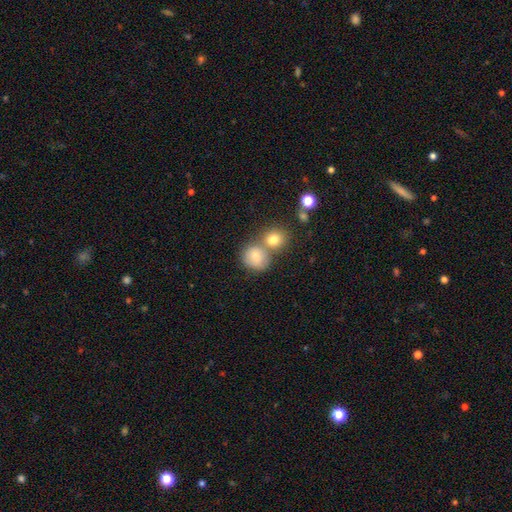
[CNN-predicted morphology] Smooth or featured? Predicted: smooth (p=0.69). How rounded? Predicted: round (p=0.73). Merging? Predicted: none (p=0.47).